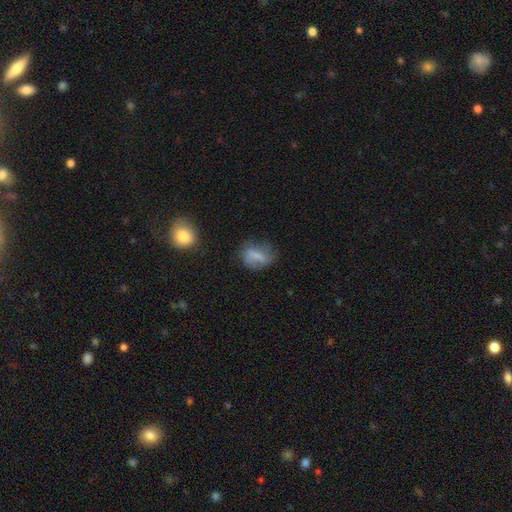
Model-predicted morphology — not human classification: Smooth or featured?
  - smooth: 61% *
  - featured or disk: 28%
  - star or artifact: 11%
How rounded?
  - in between: 63% *
  - round: 31%
  - cigar-shaped: 6%
Merging?
  - none: 51% *
  - minor disturbance: 27%
  - major disturbance: 18%
  - merger: 4%